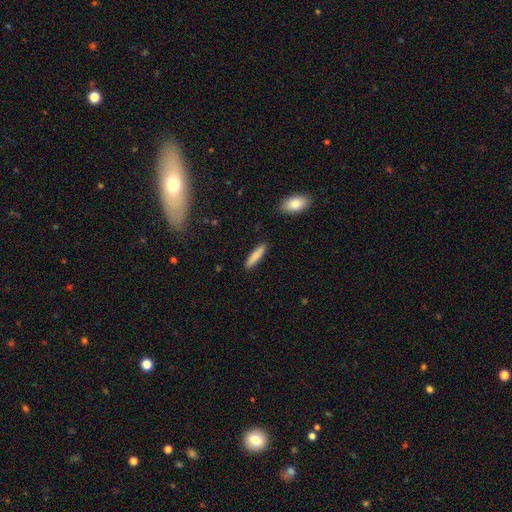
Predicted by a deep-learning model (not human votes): Morphology: type=smooth (81%); roundness=cigar-shaped (80%); merging=none (90%).